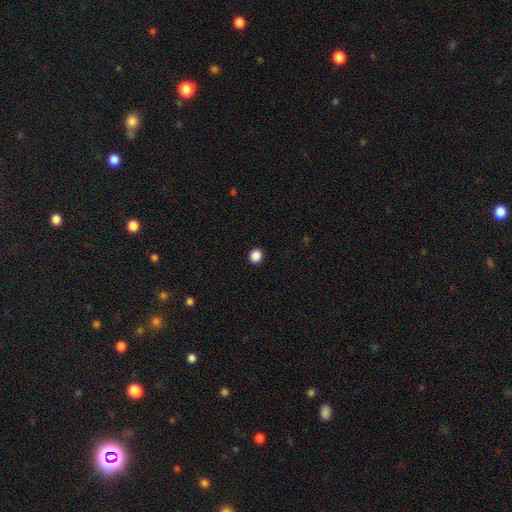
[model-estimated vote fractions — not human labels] smooth 88%, star or artifact 10%, featured or disk 2%. Down the decision tree: how rounded — round (77%); merging — none (92%).